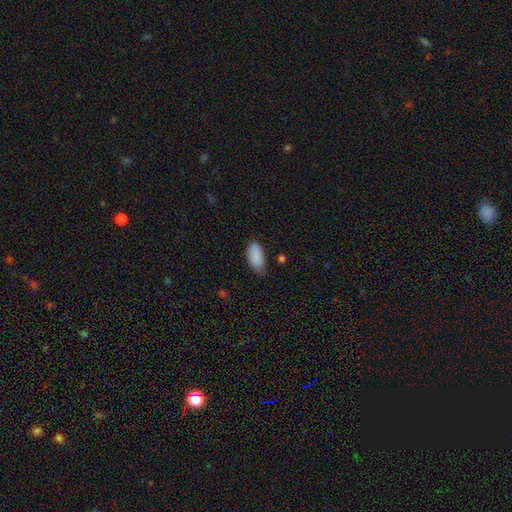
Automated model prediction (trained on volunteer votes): Smooth or featured? smooth (89%)
How rounded? in between (93%)
Merging? none (59%)